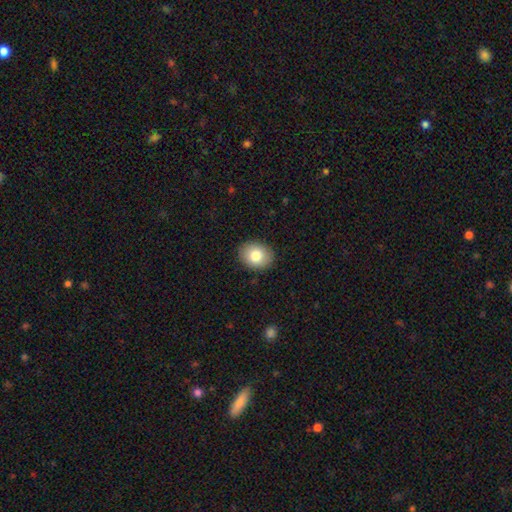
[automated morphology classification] A smooth galaxy with no disk features (81%) that is in between round and cigar-shaped (52%).

Vote fractions:
- Smooth or featured? smooth: 81% / featured or disk: 11% / star or artifact: 8%
- How rounded? in between: 52% / round: 47% / cigar-shaped: 1%
- Merging? none: 90% / minor disturbance: 7% / major disturbance: 2% / merger: 1%